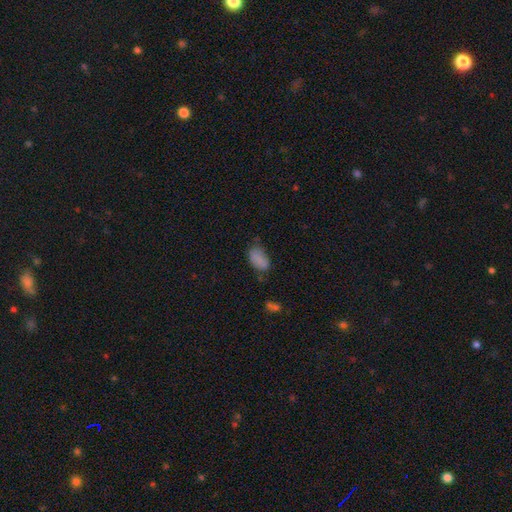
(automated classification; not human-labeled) Overall: smooth (81%). How rounded: in between (93%). Merging: none (62%; minor disturbance 26%).